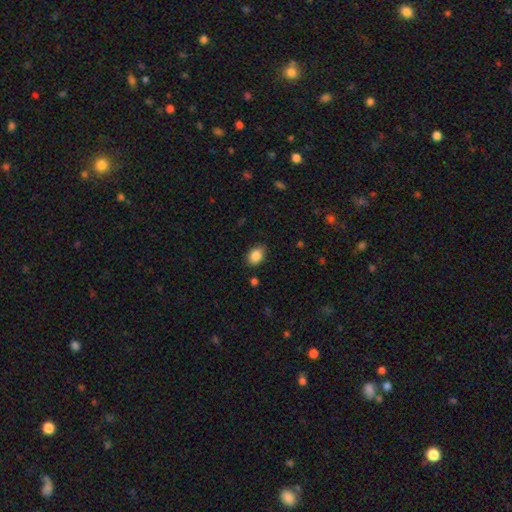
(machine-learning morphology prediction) smooth-or-featured: smooth: 87% | star or artifact: 8% | featured or disk: 5%
  how-rounded: in between: 73% | round: 26% | cigar-shaped: 1%
  merging: none: 81% | minor disturbance: 15% | major disturbance: 3% | merger: 2%